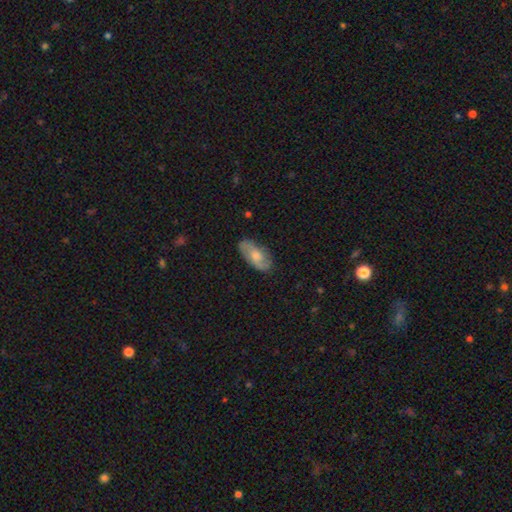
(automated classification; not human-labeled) Morphology: type=featured or disk (54%); edge-on=no (89%); merging=none (82%).